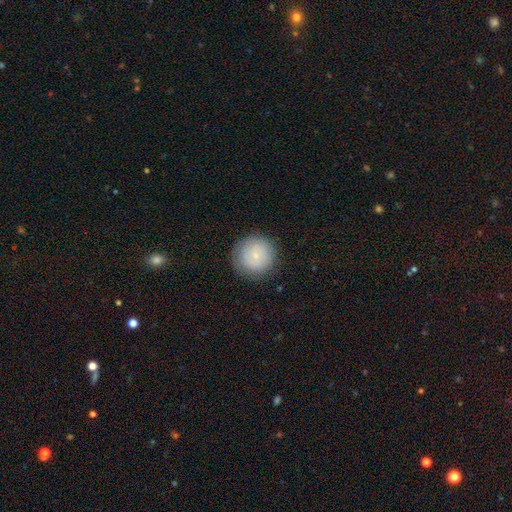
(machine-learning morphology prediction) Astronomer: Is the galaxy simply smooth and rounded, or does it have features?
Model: smooth — 75%.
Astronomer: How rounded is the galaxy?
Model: round — 95%.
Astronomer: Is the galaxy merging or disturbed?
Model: none — 86%.